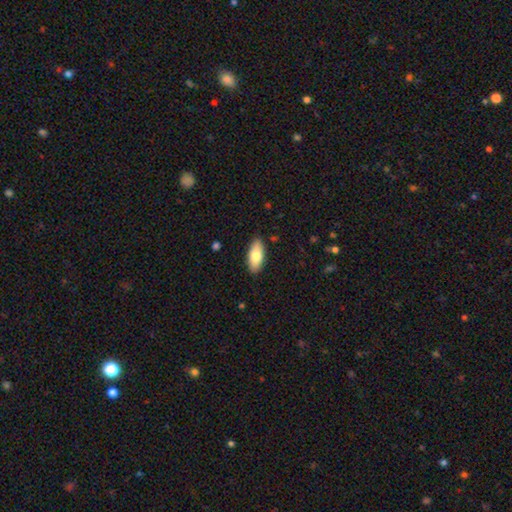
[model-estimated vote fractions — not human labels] smooth-or-featured: smooth: 78% | featured or disk: 16% | star or artifact: 6%
  how-rounded: in between: 87% | cigar-shaped: 11% | round: 2%
  merging: none: 88% | minor disturbance: 9% | major disturbance: 2% | merger: 1%